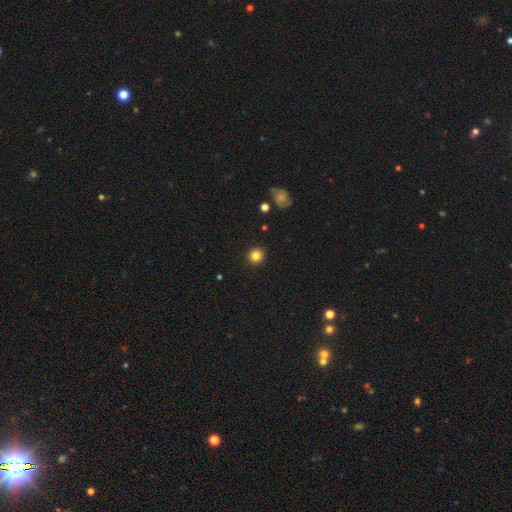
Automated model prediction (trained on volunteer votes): Smooth or featured? Predicted: smooth (p=0.83). How rounded? Predicted: round (p=0.94). Merging? Predicted: none (p=0.92).